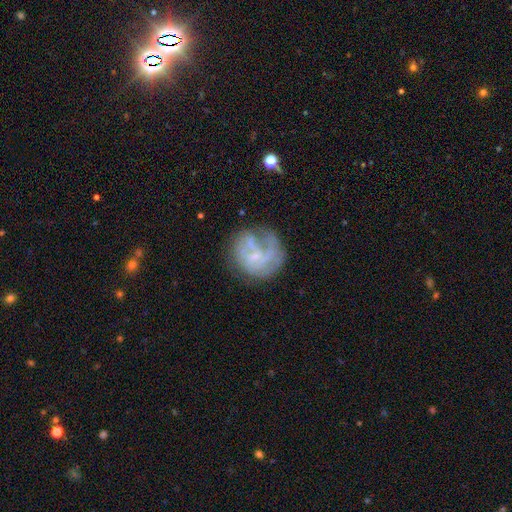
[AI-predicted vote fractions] Overall: featured or disk (64%; smooth 26%). Edge-on disk: no (98%). Bar: no (63%; weak 31%). Spiral arms: yes (61%; no 39%). Bulge size: small (68%). Merging: none (52%; major disturbance 22%).